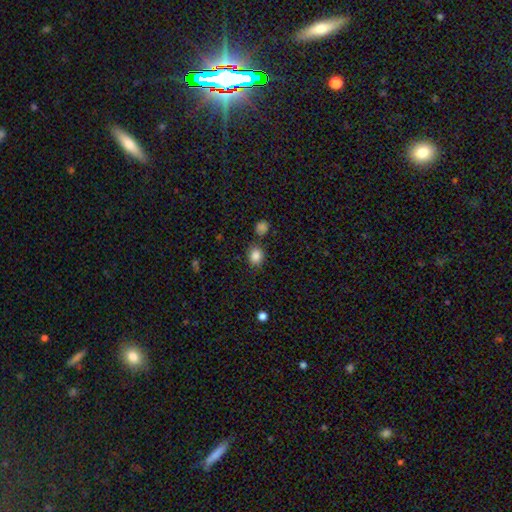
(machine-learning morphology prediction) Q: Smooth or featured?
A: smooth (85%); runner-up: star or artifact (10%)
Q: How rounded?
A: round (69%); runner-up: in between (30%)
Q: Merging?
A: none (78%); runner-up: minor disturbance (12%)